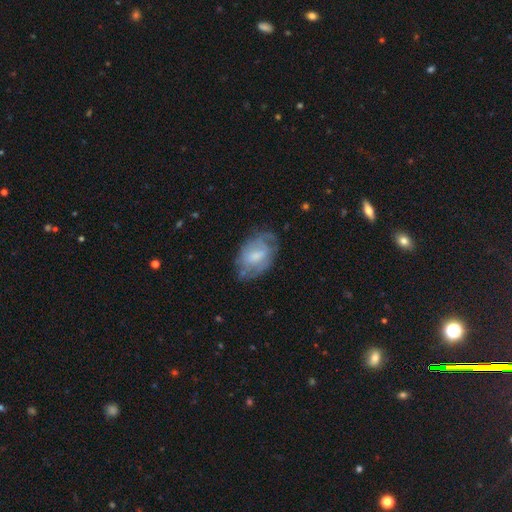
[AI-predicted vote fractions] This is possibly a featured or disk galaxy (56%). It is clearly not viewed edge-on (95%). Bar: possibly weak (47%). Spiral arm pattern: likely yes (70%). Central bulge: marginally moderate (43%). Merging: possibly none (59%).